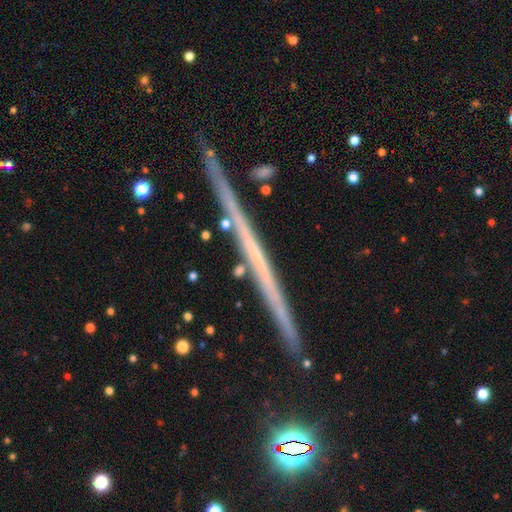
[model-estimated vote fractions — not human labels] Smooth or featured?
  - featured or disk: 67% *
  - smooth: 23%
  - star or artifact: 10%
Edge-on disk?
  - yes: 97% *
  - no: 3%
Edge-on bulge?
  - none: 92% *
  - rounded: 5%
  - boxy: 3%
Merging?
  - none: 89% *
  - minor disturbance: 8%
  - merger: 2%
  - major disturbance: 1%